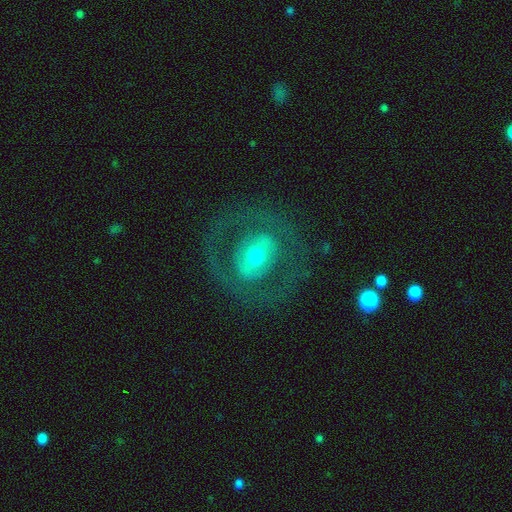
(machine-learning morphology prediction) type=featured or disk (59%); edge-on=no (94%); bar=no (48%); spiral arms=no (72%); bulge=moderate (65%); merging=none (75%).